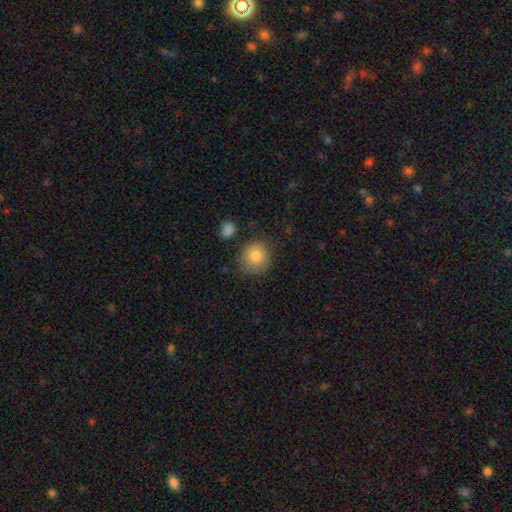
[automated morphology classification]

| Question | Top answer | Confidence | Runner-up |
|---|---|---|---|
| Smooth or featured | smooth | 84% | featured or disk (8%) |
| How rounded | round | 85% | in between (14%) |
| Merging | none | 77% | minor disturbance (16%) |